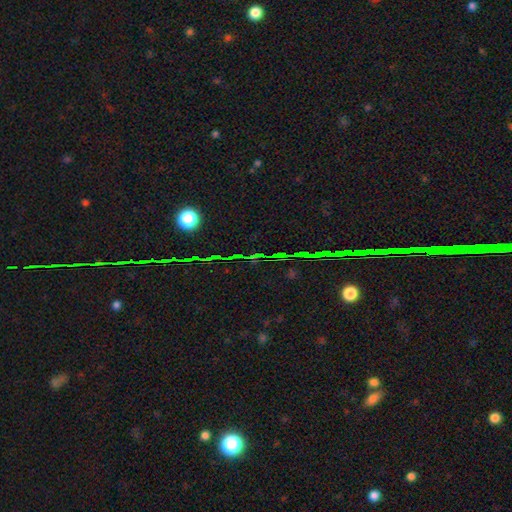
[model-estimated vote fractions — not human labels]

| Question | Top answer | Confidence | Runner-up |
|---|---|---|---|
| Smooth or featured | star or artifact | 81% | smooth (10%) |